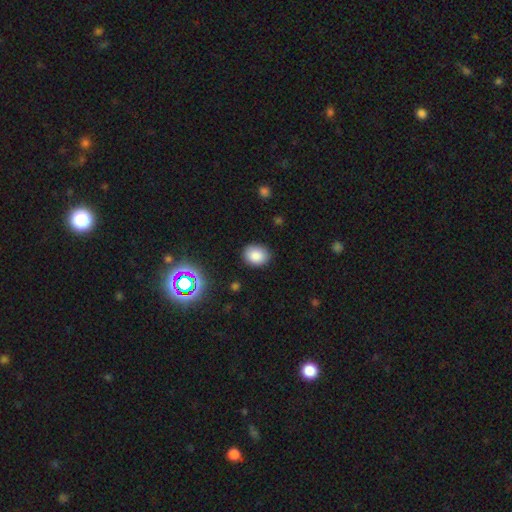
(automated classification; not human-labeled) Smooth or featured?
  - smooth: 84% *
  - star or artifact: 11%
  - featured or disk: 5%
How rounded?
  - round: 51% *
  - in between: 48%
  - cigar-shaped: 1%
Merging?
  - none: 86% *
  - minor disturbance: 10%
  - major disturbance: 2%
  - merger: 1%